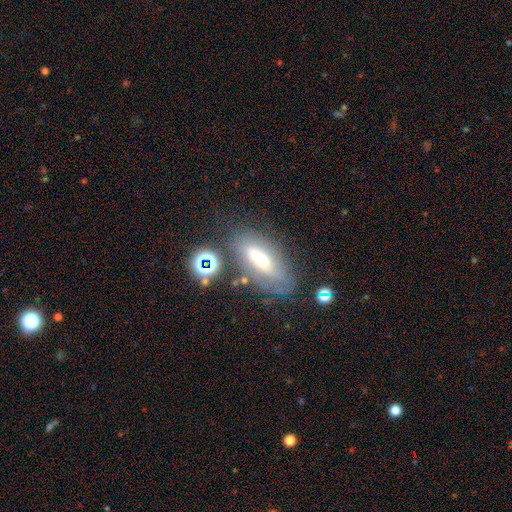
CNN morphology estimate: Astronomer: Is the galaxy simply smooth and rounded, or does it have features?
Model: featured or disk — 54% (runner-up: smooth, 32%).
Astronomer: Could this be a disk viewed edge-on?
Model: no — 76%.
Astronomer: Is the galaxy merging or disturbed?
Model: none — 66%.